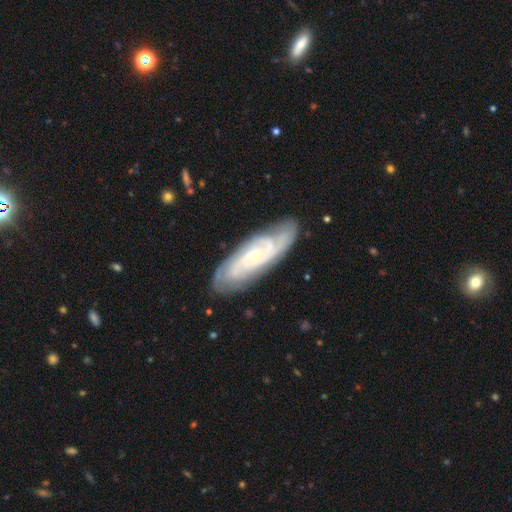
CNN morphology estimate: smooth-or-featured: featured or disk: 83% | smooth: 11% | star or artifact: 6%
  disk-edge-on: no: 89% | yes: 11%
    bar: no: 61% | weak: 31% | strong: 8%
    has-spiral-arms: yes: 97% | no: 3%
      spiral-winding: tight: 67% | medium: 28% | loose: 5%
      spiral-arm-count: 2: 30% | can't tell: 29% | 3: 20% | 4: 11% | more than 4: 5% | 1: 5%
    bulge-size: small: 76% | moderate: 17% | none: 5% | large: 1% | dominant: 1%
  merging: none: 80% | minor disturbance: 15% | major disturbance: 3% | merger: 2%